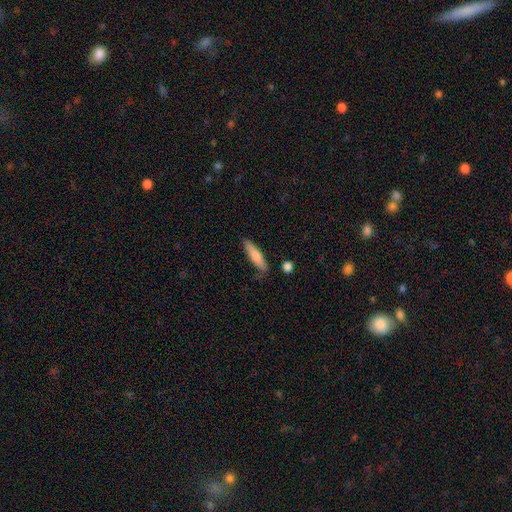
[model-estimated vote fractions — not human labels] smooth_or_featured: smooth (p=0.78) [alt: featured or disk p=0.17]
how_rounded: cigar-shaped (p=0.78) [alt: in between p=0.20]
merging: none (p=0.77) [alt: minor disturbance p=0.17]